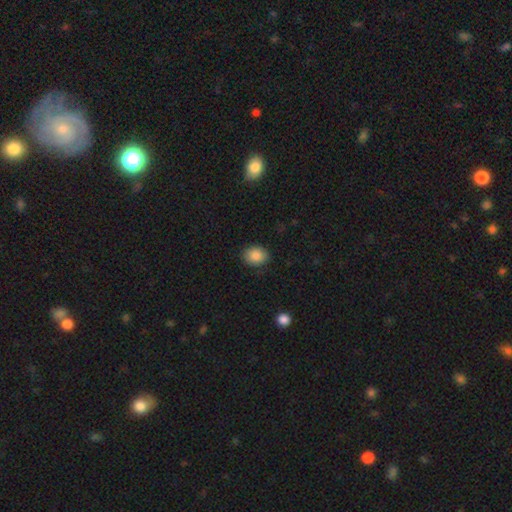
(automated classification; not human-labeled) Smooth or featured: smooth — 87% (star or artifact — 8%)
How rounded: in between — 58% (round — 41%)
Merging: none — 85% (minor disturbance — 11%)